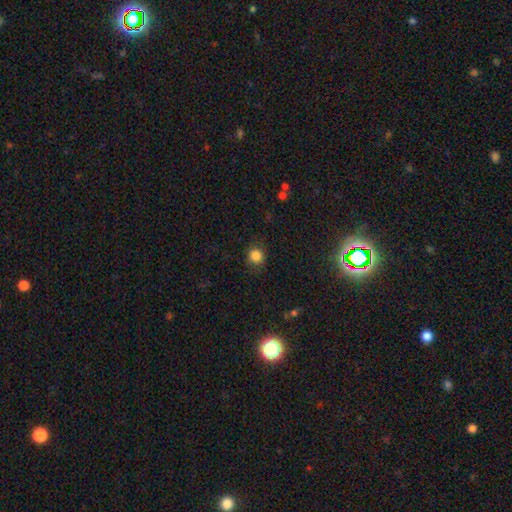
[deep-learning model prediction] Smooth or featured? smooth (84%)
How rounded? round (88%)
Merging? none (85%)